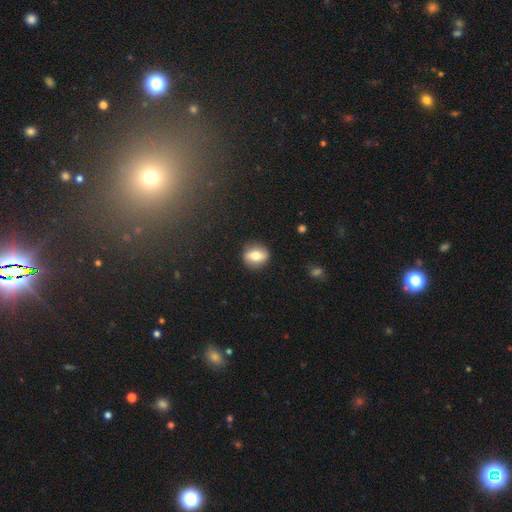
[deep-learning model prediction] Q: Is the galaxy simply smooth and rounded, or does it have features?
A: smooth — 69%.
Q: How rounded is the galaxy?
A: round — 55%.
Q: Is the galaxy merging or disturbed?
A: none — 86%.